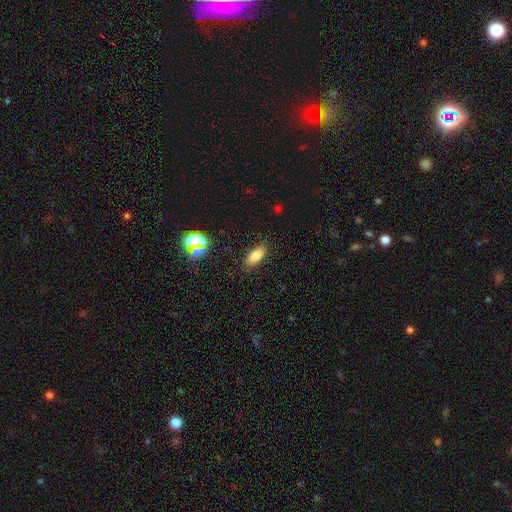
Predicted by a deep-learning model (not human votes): A smooth galaxy with no disk features (76%) that is in between round and cigar-shaped (80%).

Vote fractions:
- Smooth or featured? smooth: 76% / star or artifact: 12% / featured or disk: 12%
- How rounded? in between: 80% / cigar-shaped: 16% / round: 4%
- Merging? none: 86% / minor disturbance: 10% / major disturbance: 3% / merger: 1%